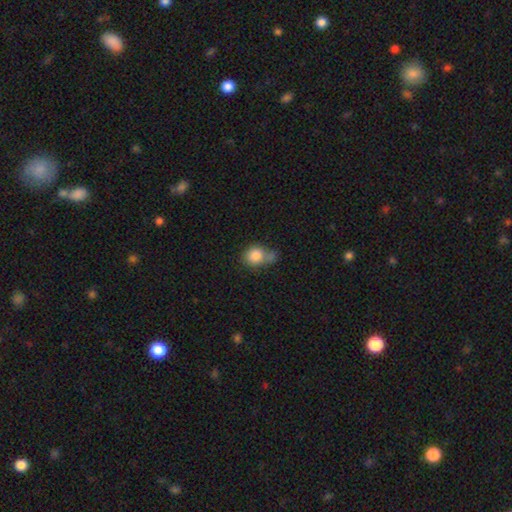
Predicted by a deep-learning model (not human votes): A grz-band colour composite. It shows a smooth galaxy with no disk features (84%) that is round (71%). Merging: none (40%).